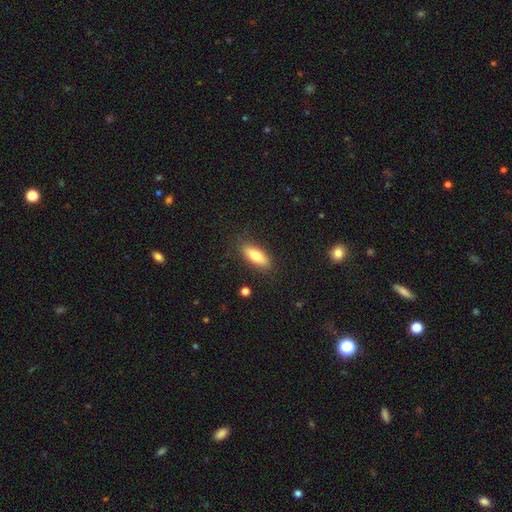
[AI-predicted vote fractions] Smooth or featured? smooth (75%)
How rounded? in between (70%)
Merging? none (85%)